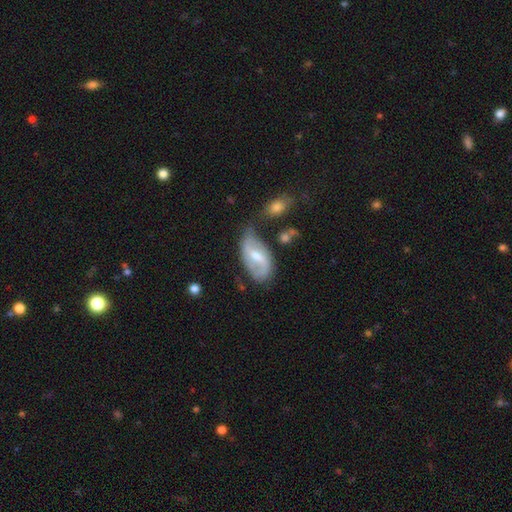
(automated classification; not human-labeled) featured or disk 70%, smooth 24%, star or artifact 6%. Down the decision tree: edge-on disk — no (95%); bar — weak (52%); spiral arms — yes (84%); spiral arm count — 2 (79%); spiral winding — loose (46%); bulge size — moderate (57%); merging — none (56%).